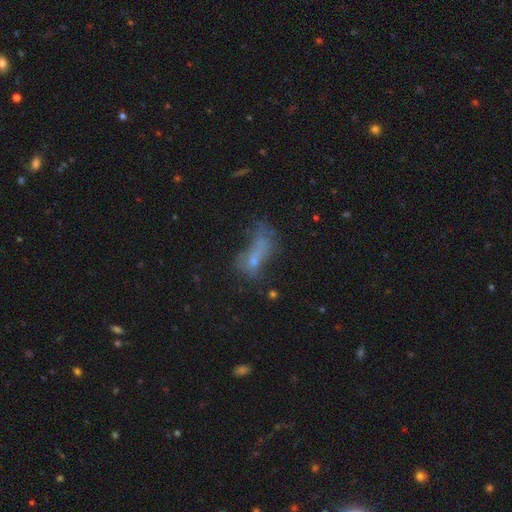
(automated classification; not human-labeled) Smooth or featured? smooth (46%)
Merging? major disturbance (38%)